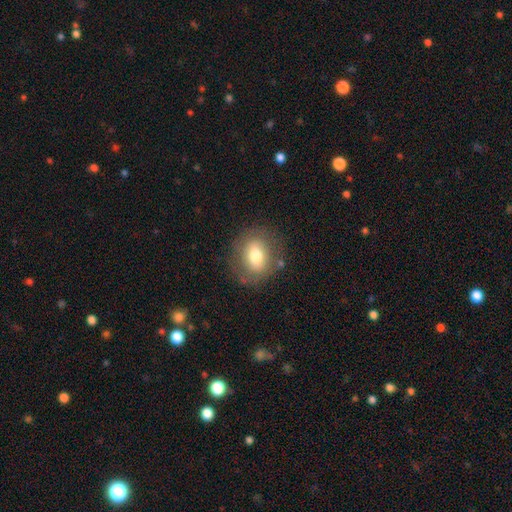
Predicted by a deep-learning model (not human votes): Smooth or featured? Predicted: smooth (p=0.67). How rounded? Predicted: round (p=0.60). Merging? Predicted: none (p=0.78).